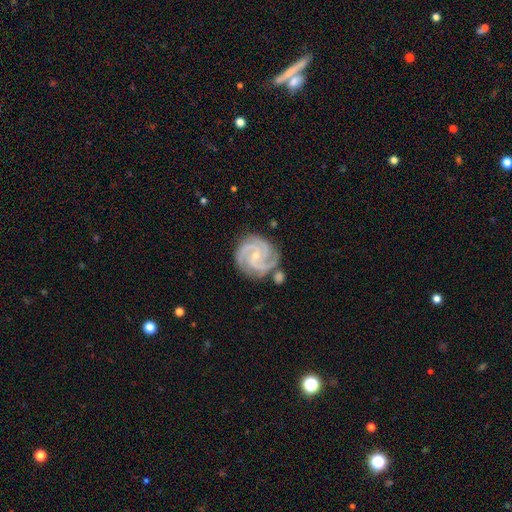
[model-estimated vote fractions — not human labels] smooth-or-featured: featured or disk: 92% | star or artifact: 4% | smooth: 4%
  disk-edge-on: no: 98% | yes: 2%
    bar: no: 60% | weak: 31% | strong: 10%
    has-spiral-arms: yes: 99% | no: 1%
      spiral-winding: tight: 64% | medium: 33% | loose: 3%
      spiral-arm-count: 3: 62% | 4: 17% | 2: 10% | can't tell: 4% | more than 4: 3% | 1: 3%
    bulge-size: small: 74% | moderate: 22% | none: 2% | large: 1% | dominant: 1%
  merging: none: 76% | minor disturbance: 16% | merger: 4% | major disturbance: 4%